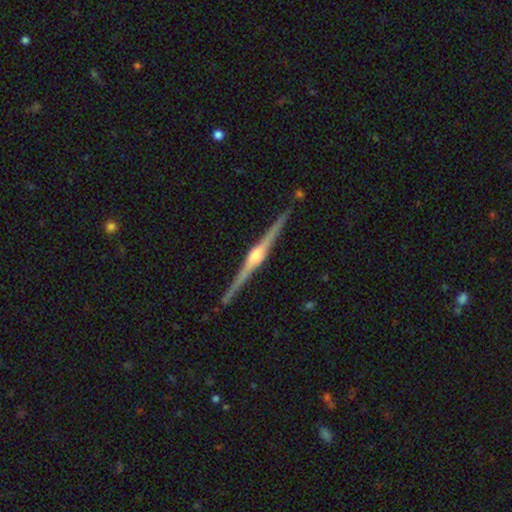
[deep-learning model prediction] Smooth or featured: featured or disk — 89% (smooth — 6%)
Edge-on disk: yes — 99% (no — 1%)
Edge-on bulge: rounded — 91% (boxy — 6%)
Merging: none — 91% (minor disturbance — 6%)